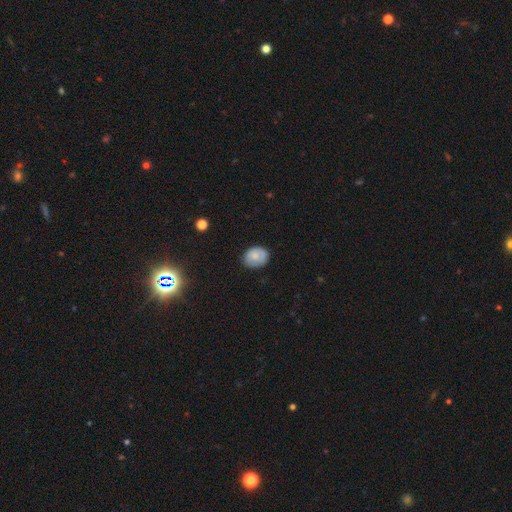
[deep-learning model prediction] This appears to be a smooth galaxy with no disk features (74%) that is in between round and cigar-shaped (55%). Merging: none (76%).